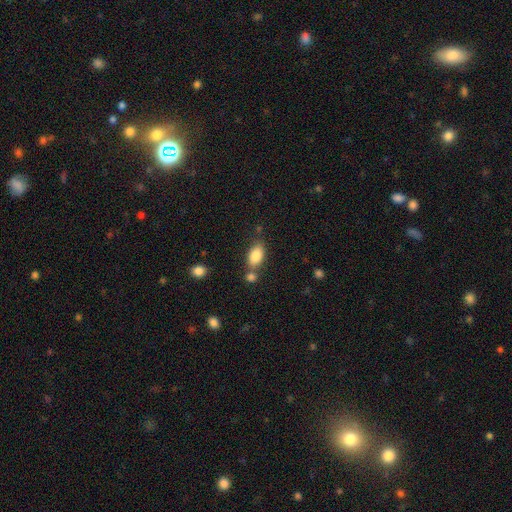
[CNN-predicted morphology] smooth 84%, featured or disk 8%, star or artifact 8%. Down the decision tree: how rounded — in between (90%); merging — none (62%).